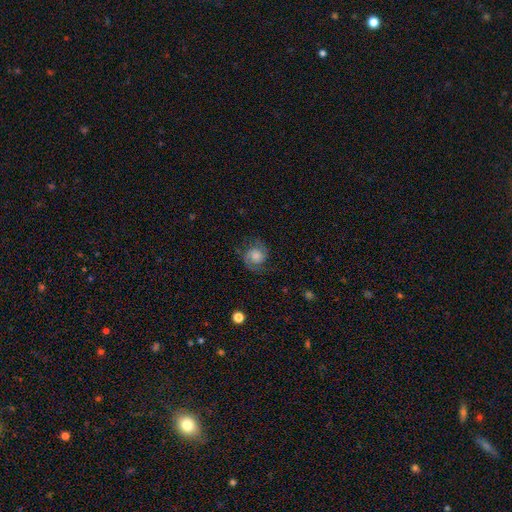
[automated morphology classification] Smooth or featured? featured or disk (69%)
Edge-on disk? no (98%)
Bar? no (69%)
Spiral arms? yes (95%)
Spiral winding? medium (49%)
Spiral arm count? 2 (89%)
Bulge size? moderate (32%)
Merging? none (75%)